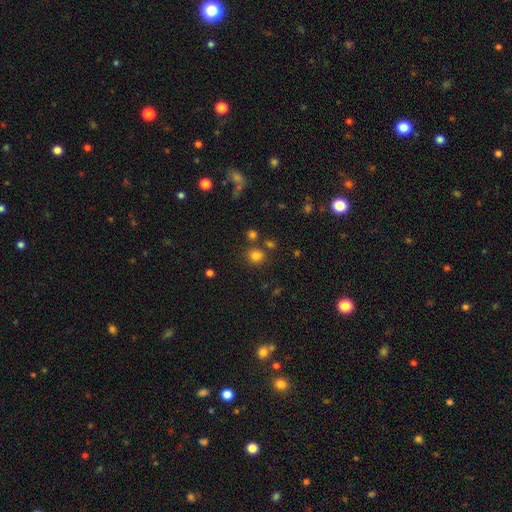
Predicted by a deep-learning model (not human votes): Smooth or featured? Predicted: smooth (p=0.78). How rounded? Predicted: round (p=0.82). Merging? Predicted: none (p=0.77).